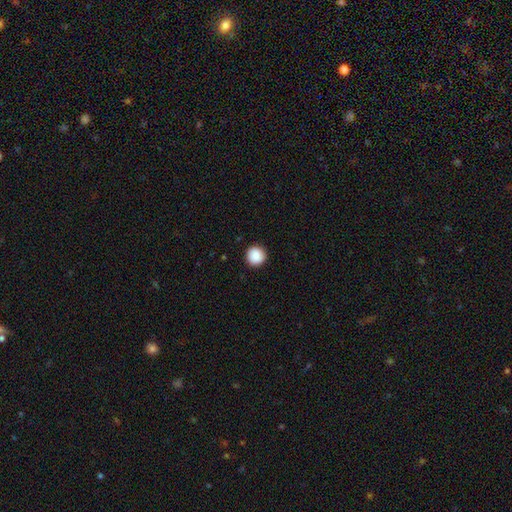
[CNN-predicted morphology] smooth_or_featured: smooth (p=0.87) [alt: star or artifact p=0.08]
how_rounded: round (p=0.96) [alt: in between p=0.03]
merging: none (p=0.92) [alt: minor disturbance p=0.05]